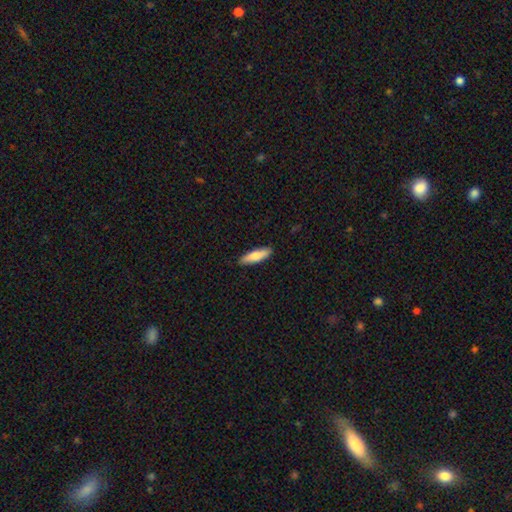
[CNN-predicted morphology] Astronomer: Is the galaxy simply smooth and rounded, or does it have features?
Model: smooth — 80%.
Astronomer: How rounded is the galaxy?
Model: cigar-shaped — 62%.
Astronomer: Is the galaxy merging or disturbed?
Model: none — 88%.